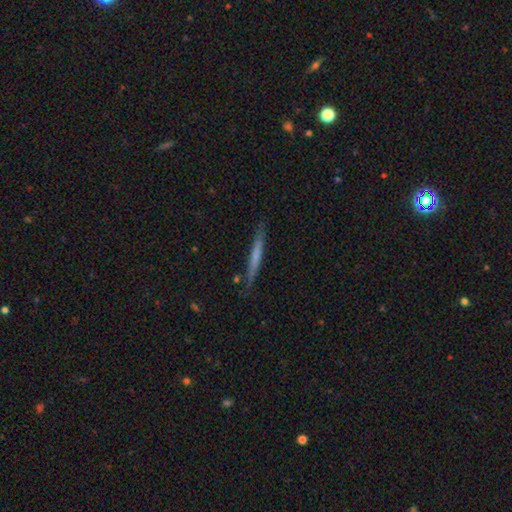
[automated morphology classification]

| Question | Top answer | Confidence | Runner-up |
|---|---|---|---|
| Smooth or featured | smooth | 54% | featured or disk (41%) |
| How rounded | cigar-shaped | 96% | in between (2%) |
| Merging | none | 86% | minor disturbance (10%) |